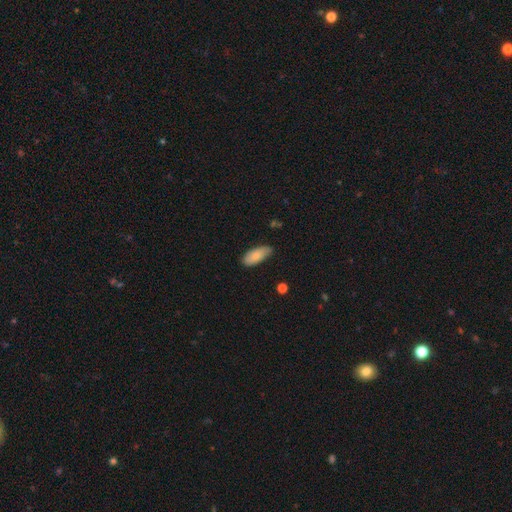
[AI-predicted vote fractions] Q: Smooth or featured?
A: smooth (83%); runner-up: featured or disk (11%)
Q: How rounded?
A: in between (84%); runner-up: cigar-shaped (14%)
Q: Merging?
A: none (76%); runner-up: minor disturbance (20%)